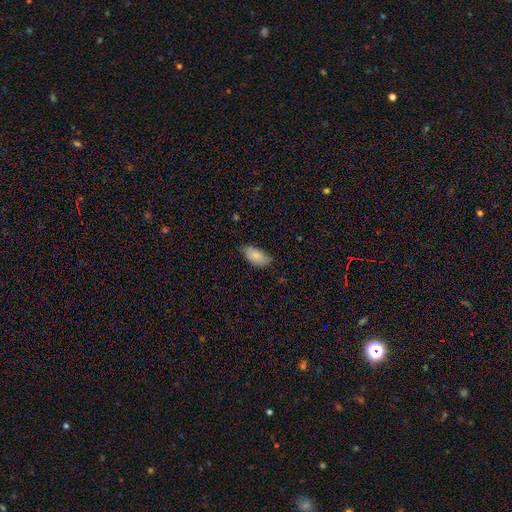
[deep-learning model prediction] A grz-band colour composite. It shows a smooth galaxy with no disk features (84%) that is in between round and cigar-shaped (94%). Merging: none (67%).